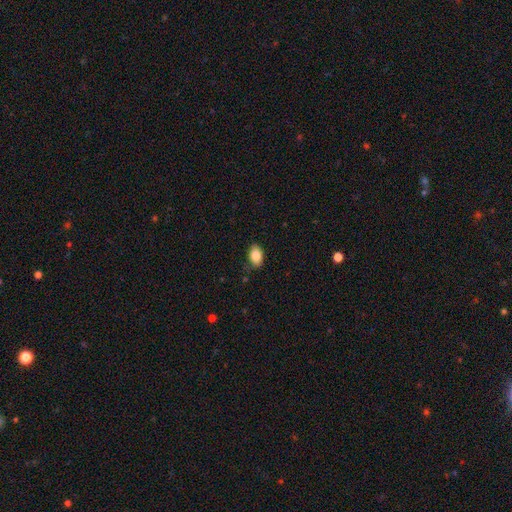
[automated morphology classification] This appears to be a smooth galaxy with no disk features (84%) that is in between round and cigar-shaped (87%). Merging: none (82%).